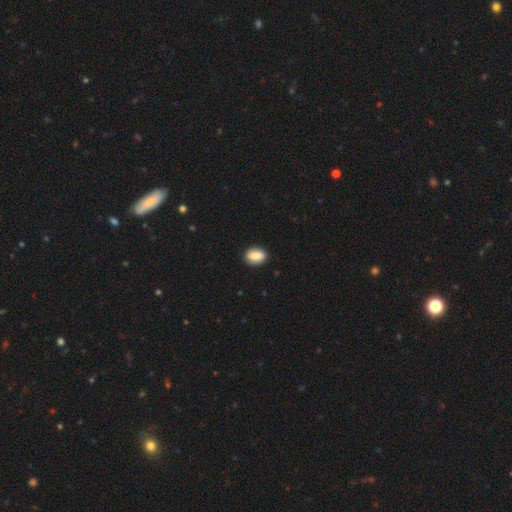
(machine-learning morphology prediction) A smooth galaxy with no disk features (77%) that is in between round and cigar-shaped (74%).

Vote fractions:
- Smooth or featured? smooth: 77% / featured or disk: 16% / star or artifact: 7%
- How rounded? in between: 74% / round: 24% / cigar-shaped: 2%
- Merging? none: 88% / minor disturbance: 8% / major disturbance: 2% / merger: 1%